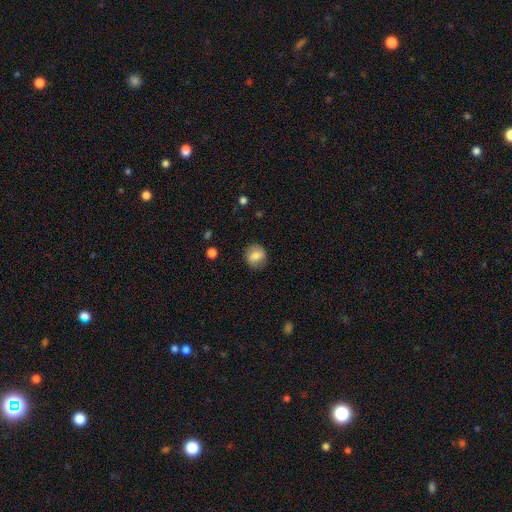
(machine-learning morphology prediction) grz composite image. It shows a smooth galaxy with no disk features (79%) that is round (85%). Merging: none (84%).